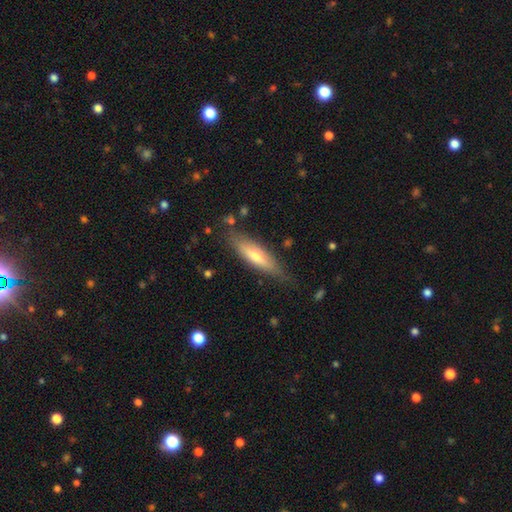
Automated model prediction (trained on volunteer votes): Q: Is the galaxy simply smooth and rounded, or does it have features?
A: smooth — 51%.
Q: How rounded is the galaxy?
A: cigar-shaped — 69%.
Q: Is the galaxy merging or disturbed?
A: none — 77%.